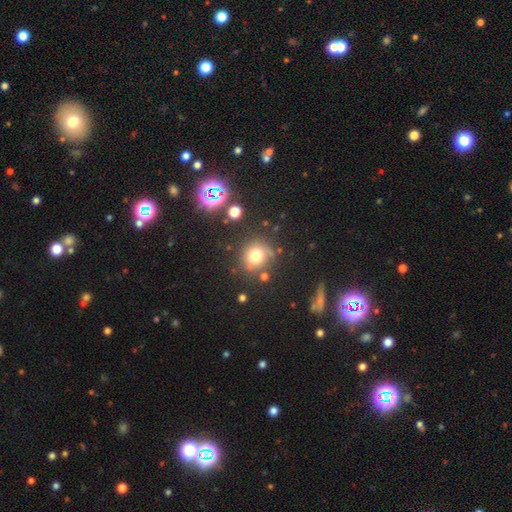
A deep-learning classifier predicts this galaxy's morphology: smooth-or-featured: smooth: 70% | star or artifact: 18% | featured or disk: 12%
  how-rounded: round: 89% | in between: 10% | cigar-shaped: 1%
  merging: none: 72% | minor disturbance: 15% | merger: 8% | major disturbance: 6%